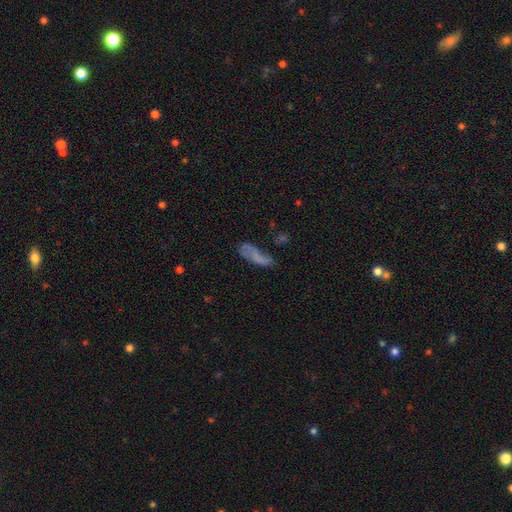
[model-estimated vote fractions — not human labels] Smooth or featured? smooth (55%)
How rounded? in between (58%)
Merging? none (38%)